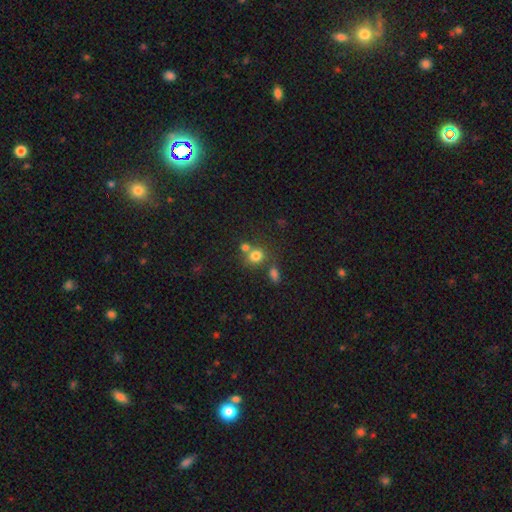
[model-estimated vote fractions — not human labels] Smooth or featured? smooth (77%)
How rounded? round (77%)
Merging? none (56%)